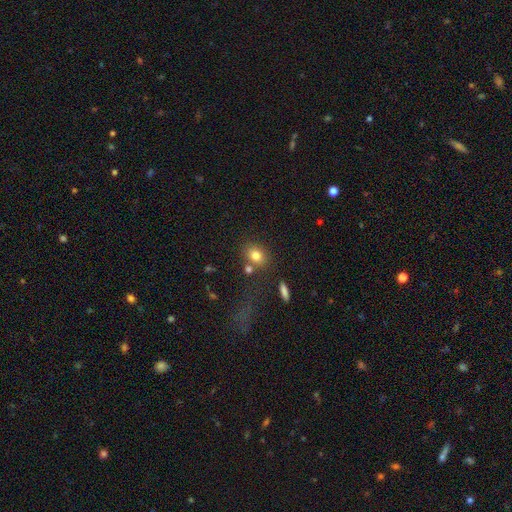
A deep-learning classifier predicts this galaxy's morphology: Overall: smooth (79%). How rounded: in between (53%; round 45%). Merging: none (69%).